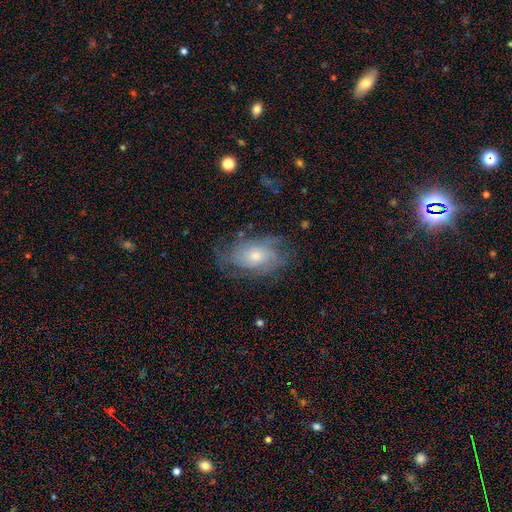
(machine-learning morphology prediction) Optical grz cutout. It shows a featured or disk galaxy (69%) with no bar (78%), tight (51%) spiral arms (86%) and a moderate central bulge (47%). Merging: none (66%).